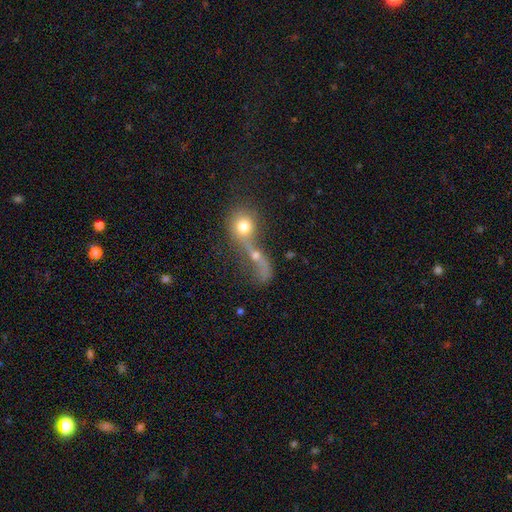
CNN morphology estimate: Q: Smooth or featured?
A: smooth (53%); runner-up: featured or disk (31%)
Q: How rounded?
A: round (59%); runner-up: in between (32%)
Q: Merging?
A: merger (69%); runner-up: none (13%)